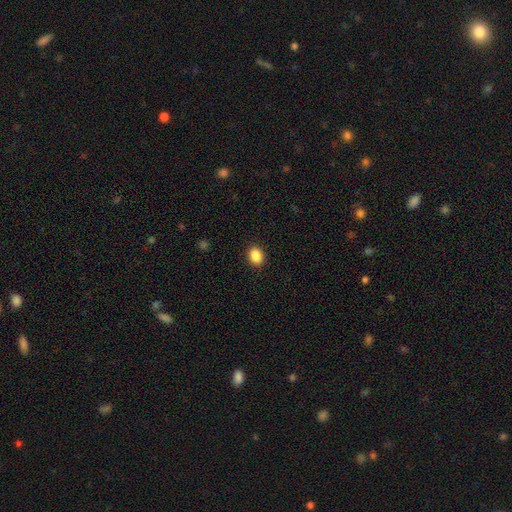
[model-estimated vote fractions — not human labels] Smooth or featured?
  - smooth: 88% *
  - star or artifact: 9%
  - featured or disk: 3%
How rounded?
  - in between: 67% *
  - round: 32%
  - cigar-shaped: 1%
Merging?
  - none: 90% *
  - minor disturbance: 7%
  - major disturbance: 2%
  - merger: 1%